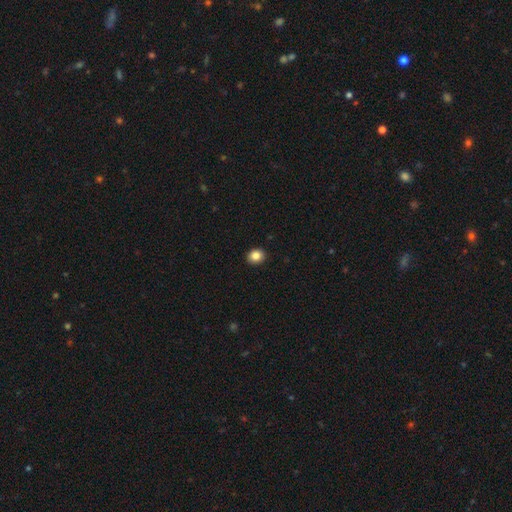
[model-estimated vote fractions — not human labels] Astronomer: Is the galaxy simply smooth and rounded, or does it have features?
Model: smooth — 85%.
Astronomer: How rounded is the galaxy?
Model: round — 67%.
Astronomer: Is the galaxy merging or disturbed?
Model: none — 92%.